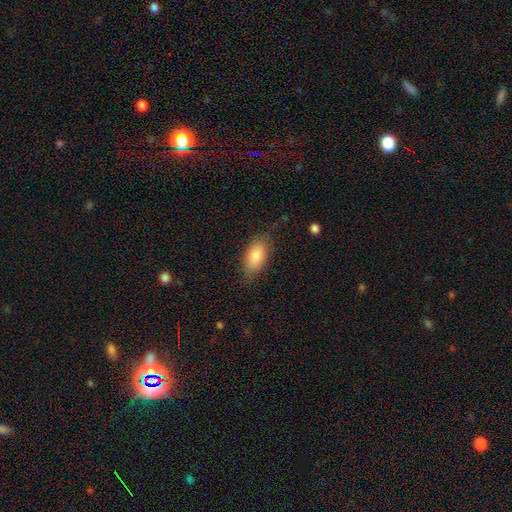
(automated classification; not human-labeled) Smooth or featured: smooth — 84% (featured or disk — 10%)
How rounded: in between — 91% (cigar-shaped — 6%)
Merging: none — 76% (minor disturbance — 18%)